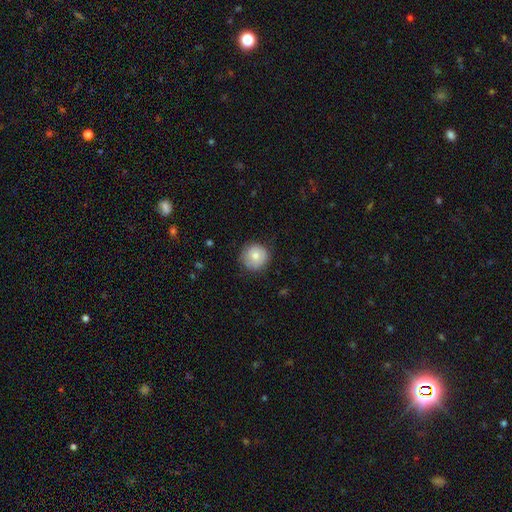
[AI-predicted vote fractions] smooth_or_featured: smooth (p=0.75) [alt: featured or disk p=0.17]
how_rounded: round (p=0.94) [alt: in between p=0.05]
merging: none (p=0.79) [alt: minor disturbance p=0.17]